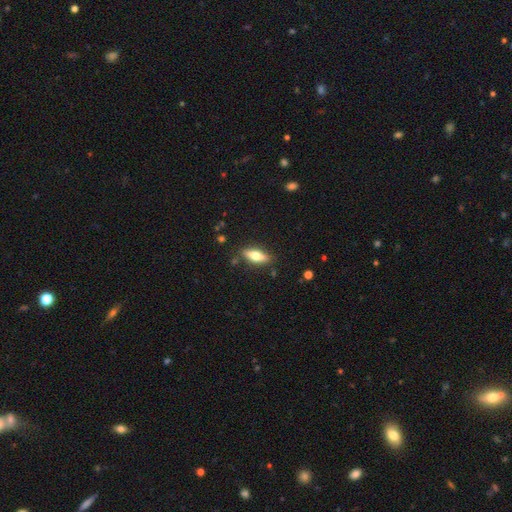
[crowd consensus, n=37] Morphology: type=smooth (51%); roundness=in between (84%); merging=none (79%).